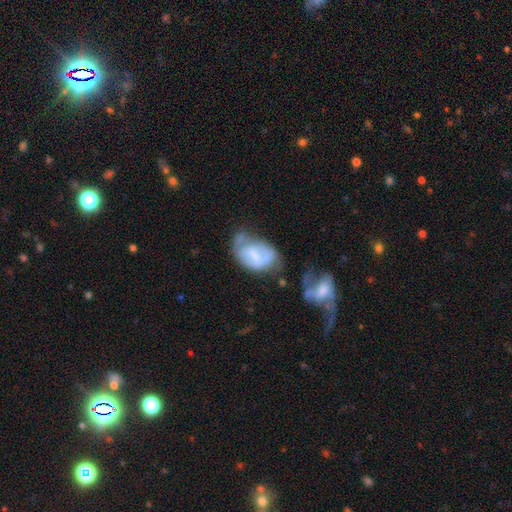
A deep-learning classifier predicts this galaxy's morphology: Q: Smooth or featured?
A: featured or disk (52%); runner-up: smooth (41%)
Q: Edge-on disk?
A: no (96%); runner-up: yes (4%)
Q: Merging?
A: minor disturbance (32%); runner-up: none (28%)